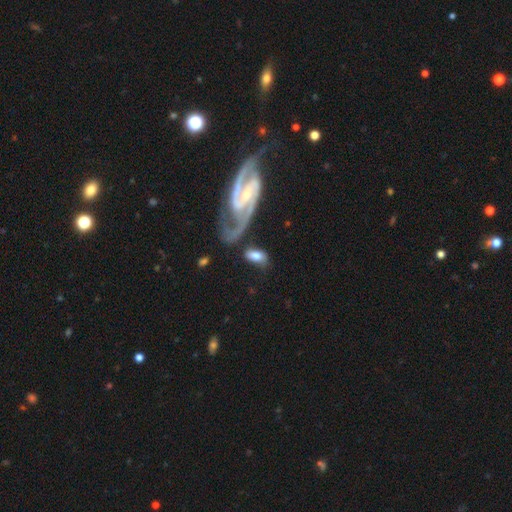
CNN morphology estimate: Smooth or featured: smooth — 59% (featured or disk — 34%)
How rounded: in between — 90% (round — 6%)
Merging: none — 46% (minor disturbance — 19%)